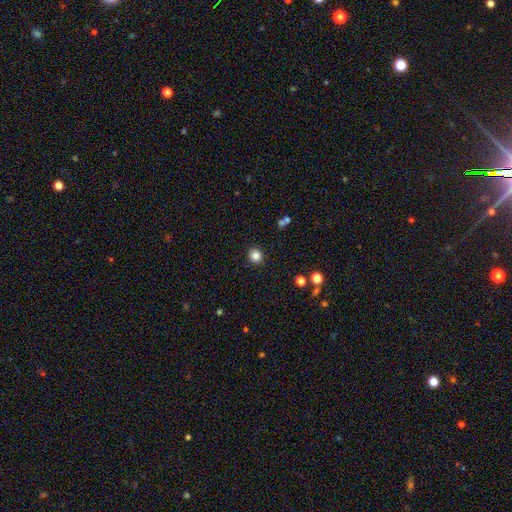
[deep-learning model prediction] This is clearly a smooth galaxy (84%). How rounded: clearly round (92%). Merging: clearly none (91%).